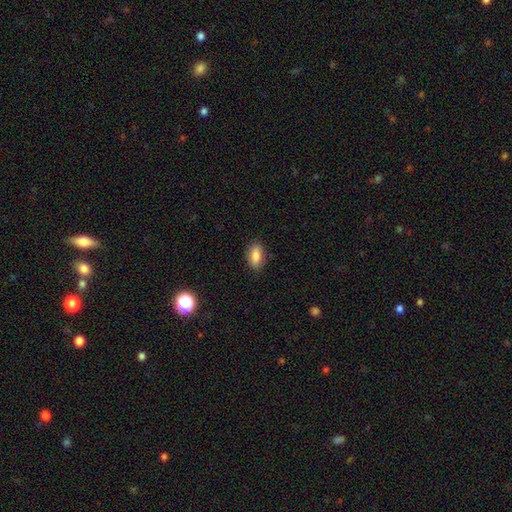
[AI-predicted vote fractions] smooth 85%, star or artifact 8%, featured or disk 7%. Down the decision tree: how rounded — in between (86%); merging — none (85%).